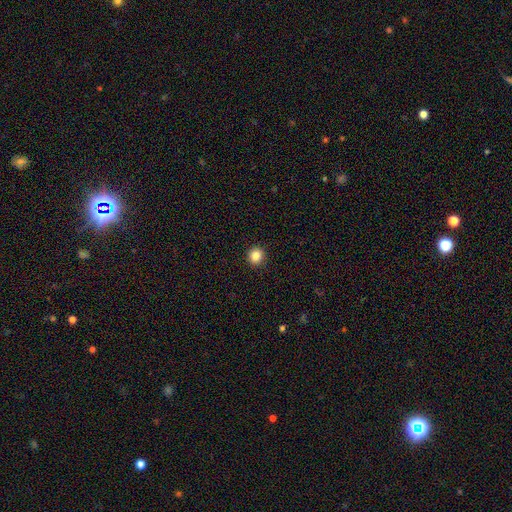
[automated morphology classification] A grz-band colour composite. It shows a smooth galaxy with no disk features (85%) that is round (90%). Merging: none (92%).